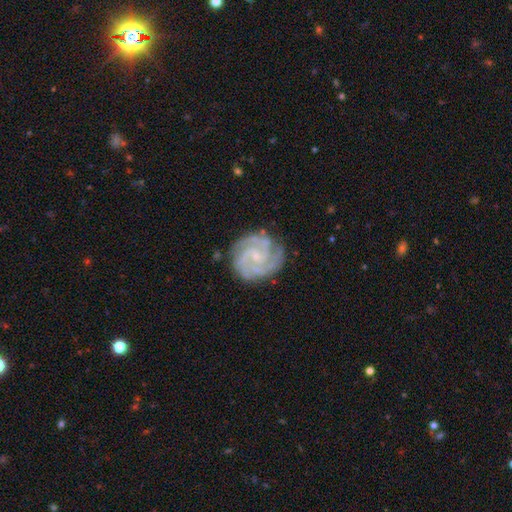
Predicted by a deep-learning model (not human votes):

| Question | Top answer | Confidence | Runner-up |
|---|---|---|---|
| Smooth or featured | featured or disk | 91% | star or artifact (4%) |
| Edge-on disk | no | 98% | yes (2%) |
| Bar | no | 59% | weak (33%) |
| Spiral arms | yes | 99% | no (1%) |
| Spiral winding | tight | 69% | medium (28%) |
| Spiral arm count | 3 | 40% | 2 (30%) |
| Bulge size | small | 75% | moderate (13%) |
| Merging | none | 81% | minor disturbance (14%) |